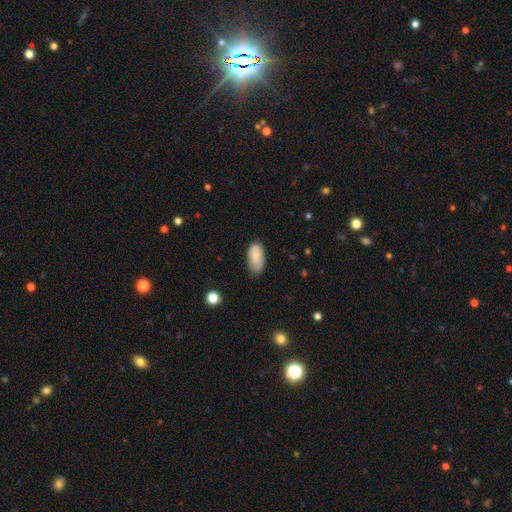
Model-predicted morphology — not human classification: A smooth galaxy with no disk features (84%) that is in between round and cigar-shaped (94%).

Vote fractions:
- Smooth or featured? smooth: 84% / featured or disk: 9% / star or artifact: 7%
- How rounded? in between: 94% / cigar-shaped: 4% / round: 2%
- Merging? none: 74% / minor disturbance: 21% / major disturbance: 4% / merger: 1%